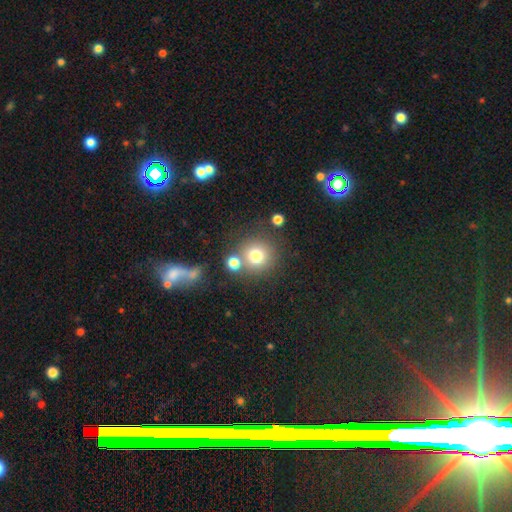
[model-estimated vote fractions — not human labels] smooth 75%, star or artifact 14%, featured or disk 11%. Down the decision tree: how rounded — round (92%); merging — none (70%).